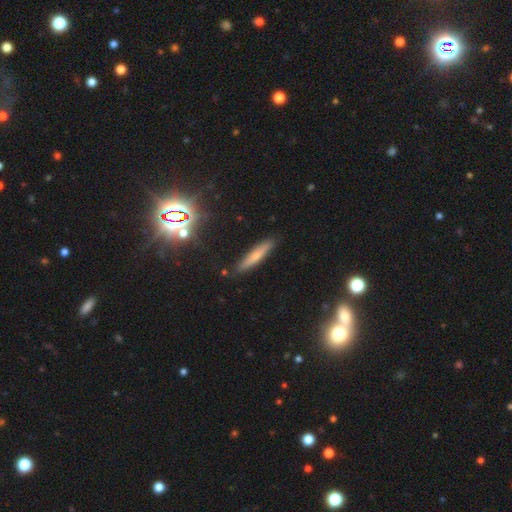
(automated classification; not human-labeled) smooth-or-featured: smooth: 58% | featured or disk: 32% | star or artifact: 10%
  how-rounded: cigar-shaped: 88% | in between: 10% | round: 2%
  merging: none: 88% | minor disturbance: 9% | major disturbance: 2% | merger: 2%